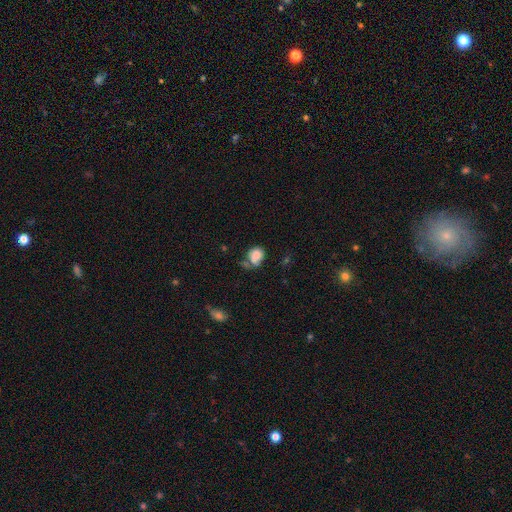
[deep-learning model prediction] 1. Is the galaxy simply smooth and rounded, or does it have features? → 81% smooth, 10% star or artifact, 9% featured or disk.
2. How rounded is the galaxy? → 52% round, 46% in between, 1% cigar-shaped.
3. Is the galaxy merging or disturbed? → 46% none, 26% minor disturbance, 16% merger, 11% major disturbance.